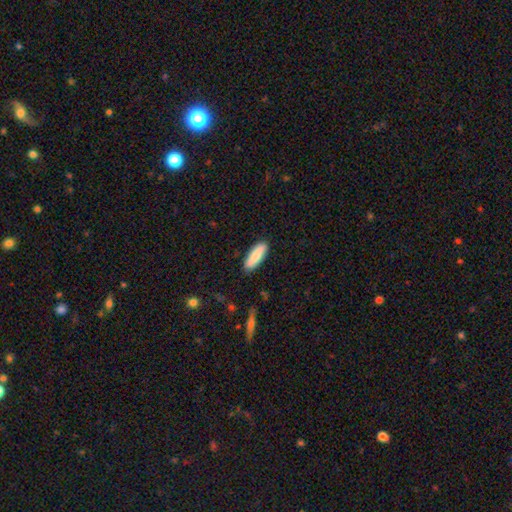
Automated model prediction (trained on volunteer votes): smooth-or-featured: smooth: 80% | featured or disk: 15% | star or artifact: 6%
  how-rounded: in between: 51% | cigar-shaped: 47% | round: 2%
  merging: none: 88% | minor disturbance: 9% | major disturbance: 2% | merger: 1%